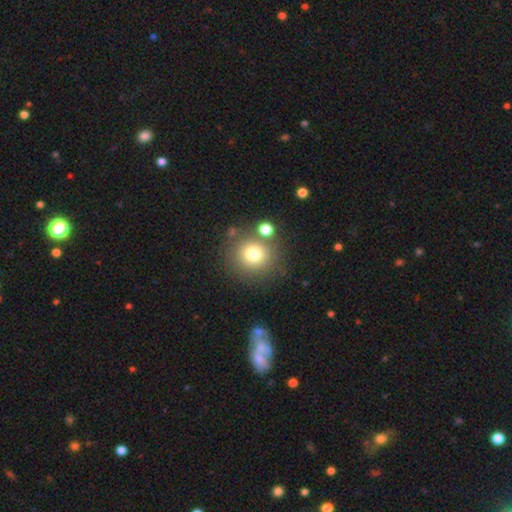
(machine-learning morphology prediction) This is likely a smooth galaxy (73%). How rounded: clearly round (92%). Merging: likely none (79%).